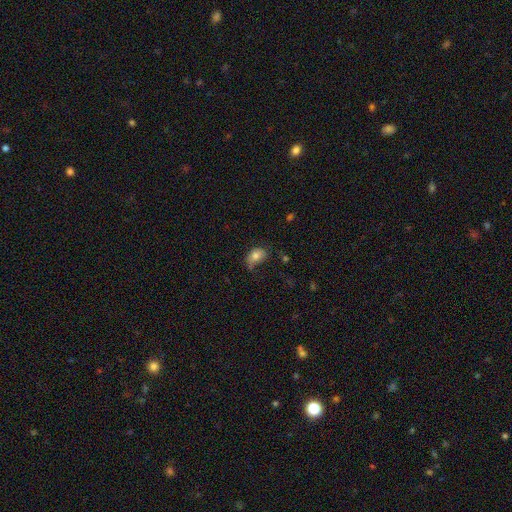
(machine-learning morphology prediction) Smooth or featured: smooth — 77% (featured or disk — 14%)
How rounded: in between — 77% (round — 22%)
Merging: none — 51% (minor disturbance — 34%)